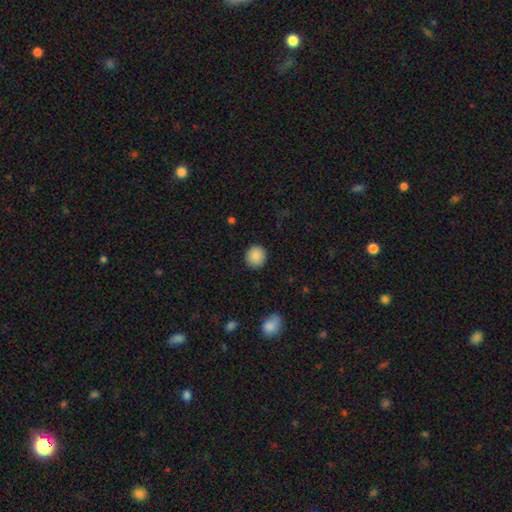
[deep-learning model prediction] Morphology: type=smooth (89%); roundness=round (91%); merging=none (91%).